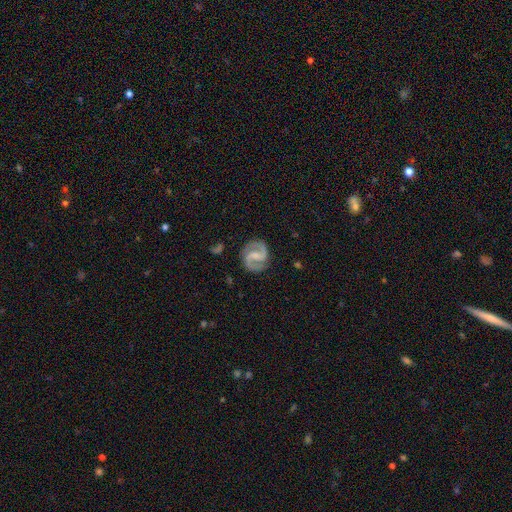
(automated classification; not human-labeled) A featured or disk galaxy (90%) with a weak bar (49%), 2 (94%) medium (60%) spiral arms (98%) and a small central bulge (37%).

Vote fractions:
- Smooth or featured? featured or disk: 90% / smooth: 6% / star or artifact: 4%
- Edge-on disk? no: 98% / yes: 2%
- Bar? weak: 49% / no: 27% / strong: 24%
- Spiral arms? yes: 98% / no: 2%
- Spiral winding? medium: 60% / tight: 24% / loose: 15%
- Spiral arm count? 2: 94% / can't tell: 2% / 1: 1% / 3: 1% / 4: 1% / more than 4: 1%
- Bulge size? small: 37% / none: 30% / moderate: 29% / large: 3% / dominant: 1%
- Merging? none: 85% / minor disturbance: 11% / major disturbance: 3% / merger: 1%